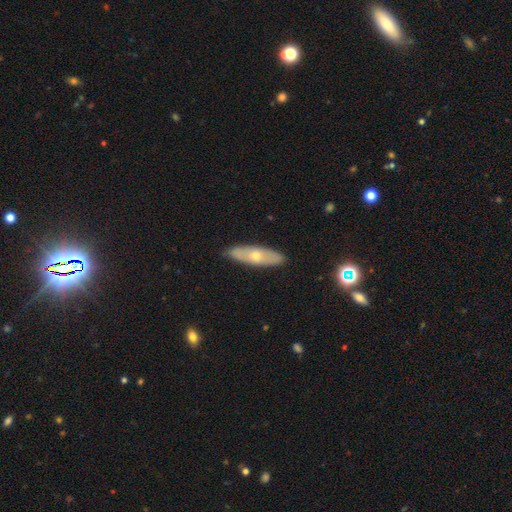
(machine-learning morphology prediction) A smooth galaxy with no disk features (48%).

Vote fractions:
- Smooth or featured? smooth: 48% / featured or disk: 45% / star or artifact: 7%
- Merging? none: 86% / minor disturbance: 10% / major disturbance: 2% / merger: 1%